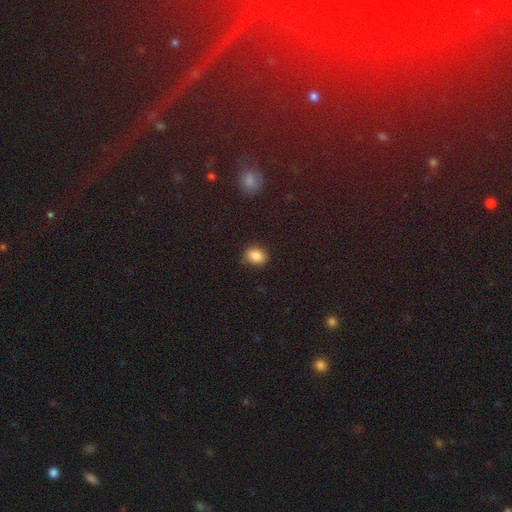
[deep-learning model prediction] Smooth or featured: smooth — 85% (star or artifact — 10%)
How rounded: in between — 63% (round — 35%)
Merging: none — 77% (minor disturbance — 18%)